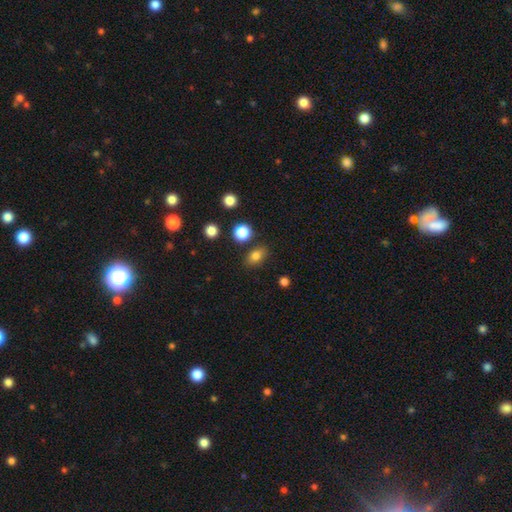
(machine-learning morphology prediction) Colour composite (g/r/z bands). It shows a smooth galaxy with no disk features (80%) that is in between round and cigar-shaped (68%). Merging: none (80%).